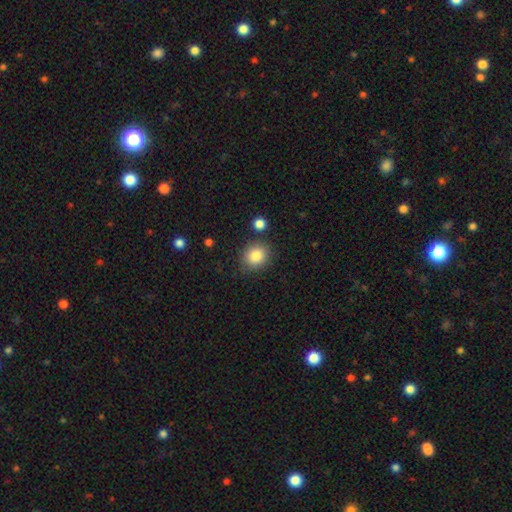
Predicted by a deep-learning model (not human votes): Smooth or featured?
  - smooth: 85% *
  - star or artifact: 9%
  - featured or disk: 6%
How rounded?
  - round: 71% *
  - in between: 28%
  - cigar-shaped: 1%
Merging?
  - none: 81% *
  - minor disturbance: 11%
  - merger: 5%
  - major disturbance: 3%